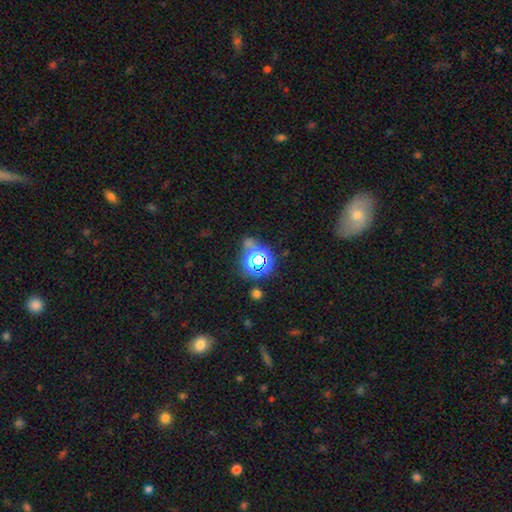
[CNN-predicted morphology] This is possibly a star or artifact rather than a galaxy (48%).